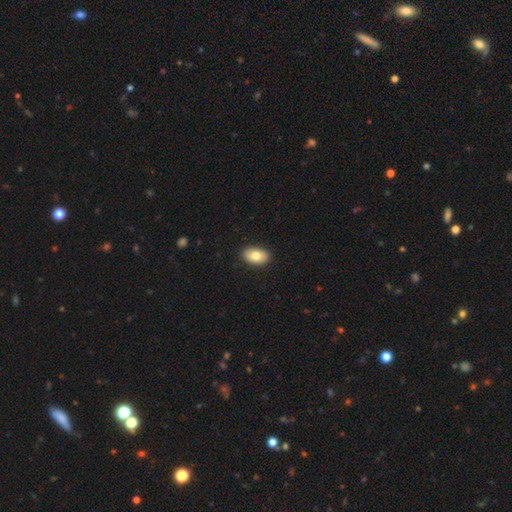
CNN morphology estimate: Smooth or featured? Predicted: smooth (p=0.77). How rounded? Predicted: in between (p=0.91). Merging? Predicted: none (p=0.89).